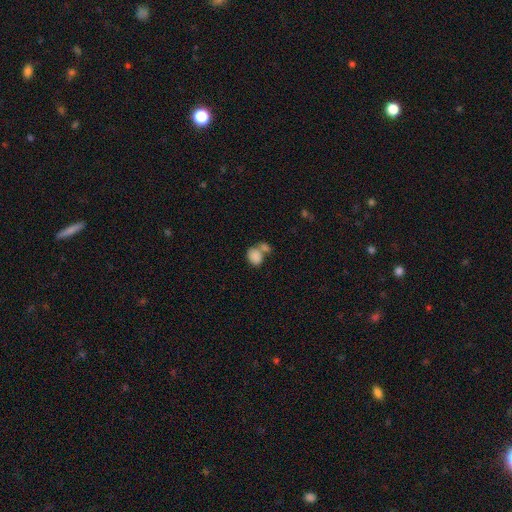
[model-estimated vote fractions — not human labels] The model was most divided on "how rounded": in between: 58%, round: 41%, cigar-shaped: 1%. More confident: smooth or featured — smooth (84%); merging — merger (54%).